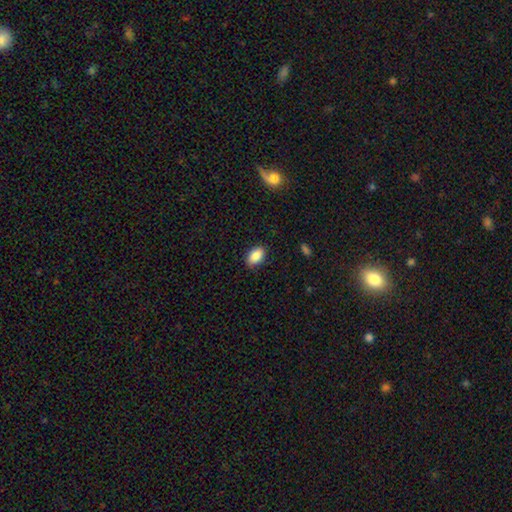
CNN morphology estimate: smooth-or-featured: smooth: 88% | star or artifact: 7% | featured or disk: 4%
  how-rounded: in between: 90% | round: 8% | cigar-shaped: 2%
  merging: none: 87% | minor disturbance: 10% | major disturbance: 2% | merger: 1%